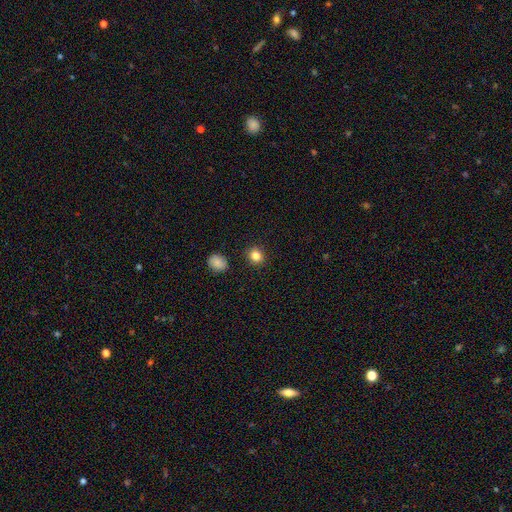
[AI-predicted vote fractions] Smooth or featured? smooth (84%)
How rounded? round (78%)
Merging? none (90%)